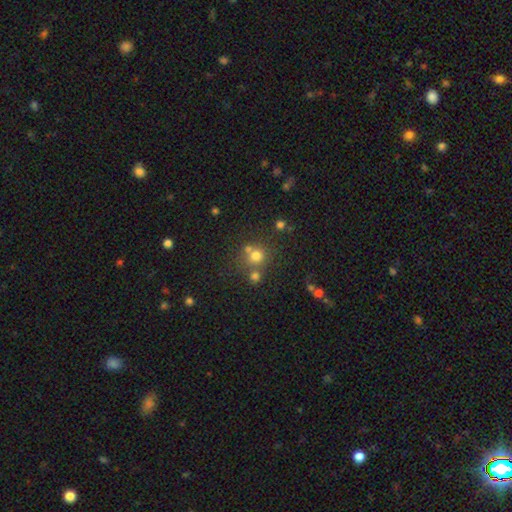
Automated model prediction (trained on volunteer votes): Overall: smooth (72%). How rounded: round (89%). Merging: none (61%; merger 26%).